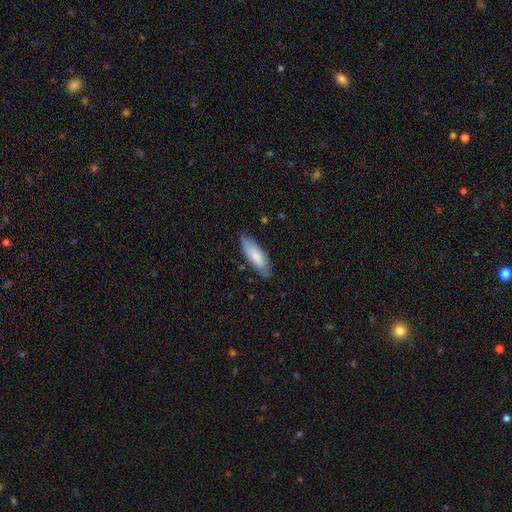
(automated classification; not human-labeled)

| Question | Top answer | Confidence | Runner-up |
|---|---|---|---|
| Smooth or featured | smooth | 79% | featured or disk (16%) |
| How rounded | in between | 52% | cigar-shaped (46%) |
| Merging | none | 77% | minor disturbance (18%) |